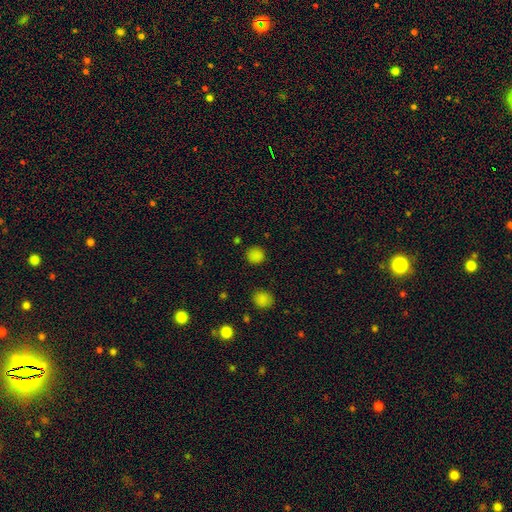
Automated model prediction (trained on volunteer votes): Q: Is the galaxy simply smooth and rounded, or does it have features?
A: smooth — 81%.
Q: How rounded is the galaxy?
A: round — 92%.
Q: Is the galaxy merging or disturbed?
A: none — 88%.